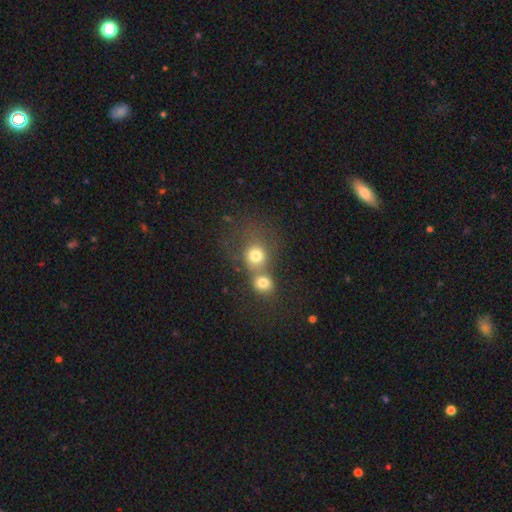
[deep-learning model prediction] This appears to be a smooth galaxy with no disk features (75%) that is round (78%). Merging: merger (58%).